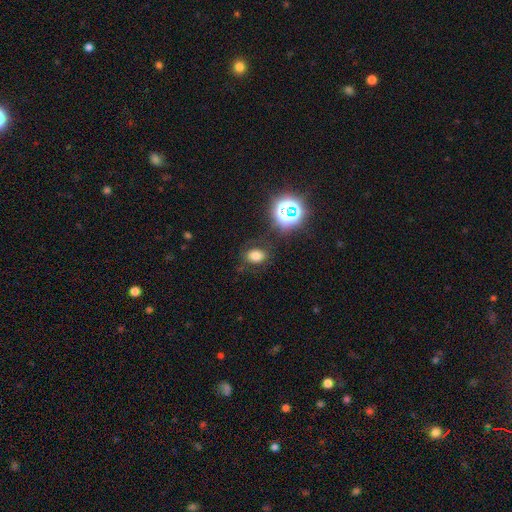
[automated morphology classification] smooth 69%, star or artifact 22%, featured or disk 9%. Down the decision tree: how rounded — in between (65%); merging — none (79%).